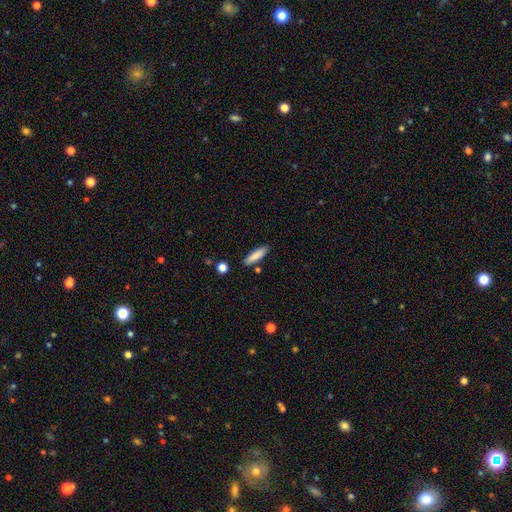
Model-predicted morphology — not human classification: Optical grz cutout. It shows a smooth galaxy with no disk features (85%) that is cigar-shaped (71%). Merging: none (86%).